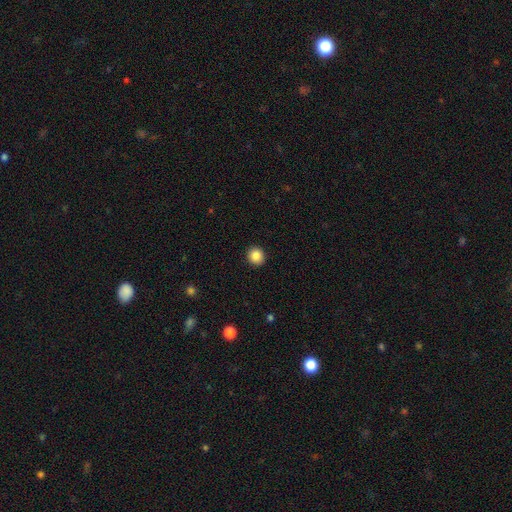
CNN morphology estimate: A smooth galaxy with no disk features (86%) that is round (87%).

Vote fractions:
- Smooth or featured? smooth: 86% / star or artifact: 9% / featured or disk: 4%
- How rounded? round: 87% / in between: 12% / cigar-shaped: 1%
- Merging? none: 93% / minor disturbance: 5% / major disturbance: 2% / merger: 1%